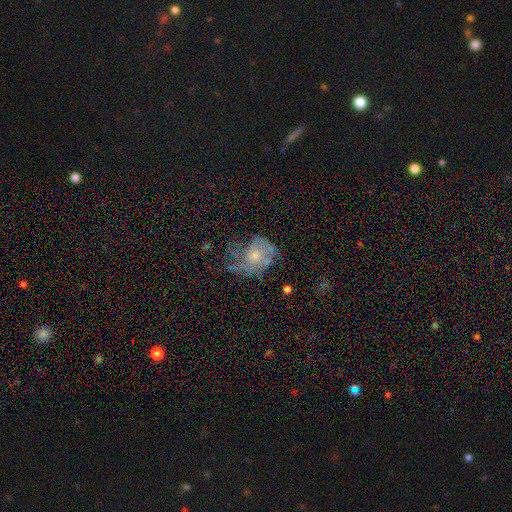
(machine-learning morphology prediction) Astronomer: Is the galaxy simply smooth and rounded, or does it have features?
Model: featured or disk — 58%.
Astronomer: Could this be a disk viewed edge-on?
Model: no — 97%.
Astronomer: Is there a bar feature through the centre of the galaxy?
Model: no — 84%.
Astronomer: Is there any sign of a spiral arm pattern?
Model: yes — 61% (runner-up: no, 39%).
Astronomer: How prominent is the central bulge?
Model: moderate — 46% (runner-up: small, 43%).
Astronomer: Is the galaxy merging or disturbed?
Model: none — 35% (runner-up: major disturbance, 34%).